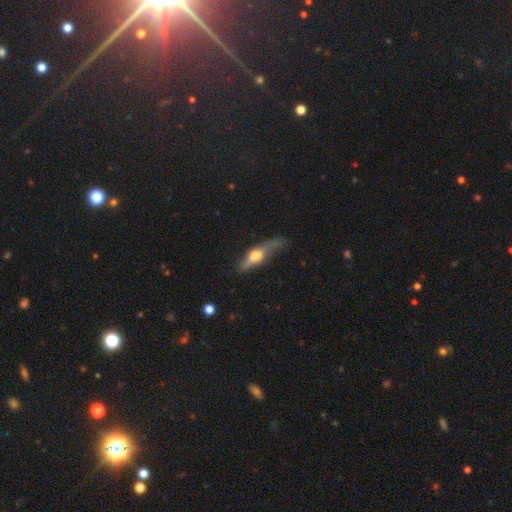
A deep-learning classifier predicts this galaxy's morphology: Smooth or featured: featured or disk — 52% (smooth — 41%)
Edge-on disk: yes — 78% (no — 22%)
Merging: none — 56% (minor disturbance — 28%)